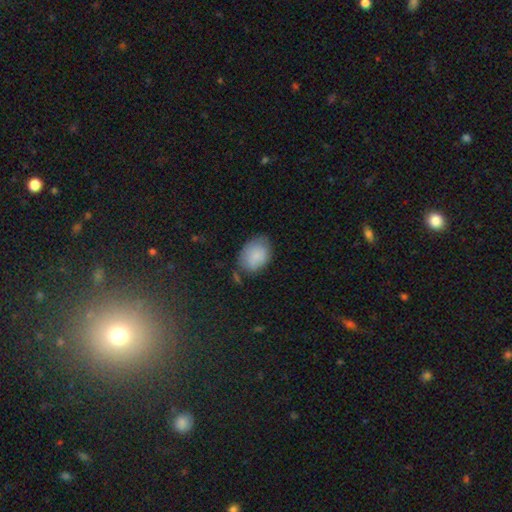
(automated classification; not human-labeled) This appears to be a smooth galaxy with no disk features (83%) that is in between round and cigar-shaped (72%). Merging: none (63%).